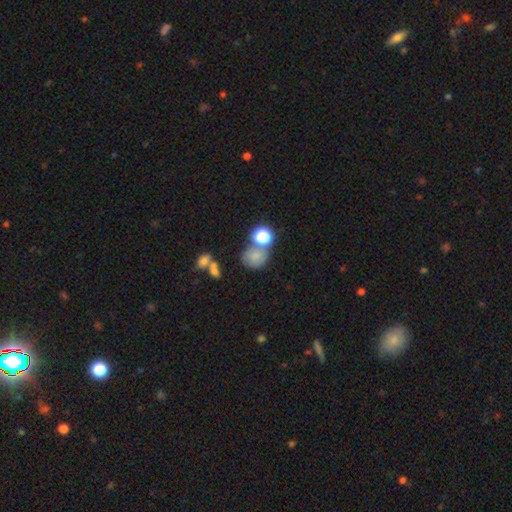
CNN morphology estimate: Smooth or featured? smooth (69%)
How rounded? round (66%)
Merging? none (47%)